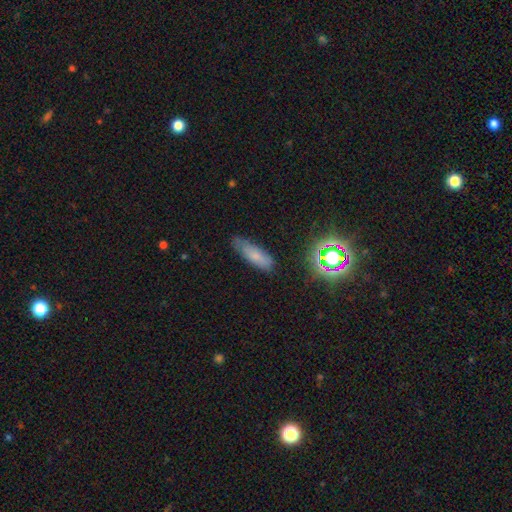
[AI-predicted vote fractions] Q: Smooth or featured?
A: smooth (67%); runner-up: featured or disk (19%)
Q: How rounded?
A: in between (51%); runner-up: cigar-shaped (46%)
Q: Merging?
A: none (65%); runner-up: minor disturbance (27%)